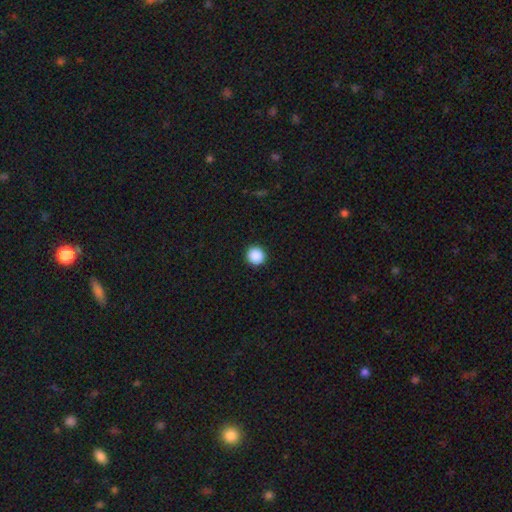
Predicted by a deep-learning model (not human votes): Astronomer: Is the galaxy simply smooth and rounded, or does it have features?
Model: smooth — 89%.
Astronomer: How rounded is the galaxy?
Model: round — 95%.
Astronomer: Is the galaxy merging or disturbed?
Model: none — 93%.